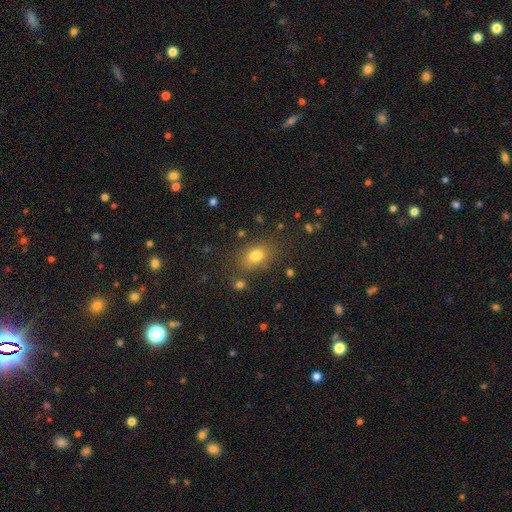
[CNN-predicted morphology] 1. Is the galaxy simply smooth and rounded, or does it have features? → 77% smooth, 13% star or artifact, 10% featured or disk.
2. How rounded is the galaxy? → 73% in between, 25% round, 2% cigar-shaped.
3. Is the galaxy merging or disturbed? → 78% none, 13% minor disturbance, 5% merger, 4% major disturbance.